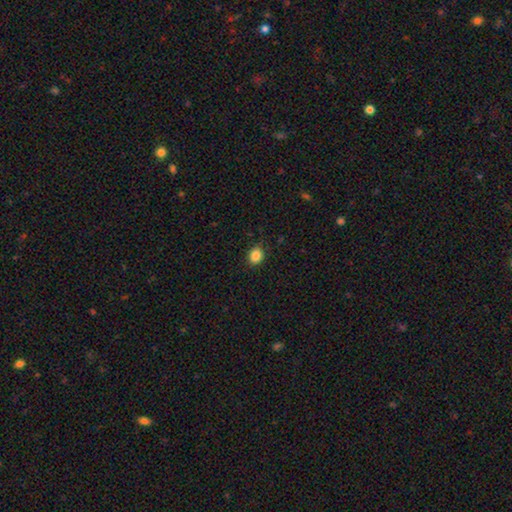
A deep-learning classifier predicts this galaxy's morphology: smooth_or_featured: smooth (p=0.86) [alt: star or artifact p=0.10]
how_rounded: round (p=0.56) [alt: in between p=0.44]
merging: none (p=0.88) [alt: minor disturbance p=0.09]